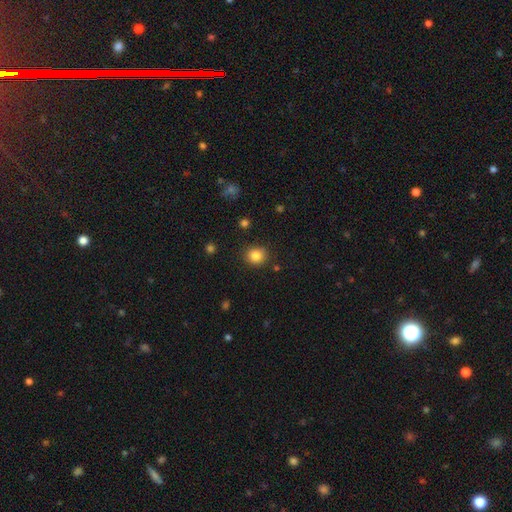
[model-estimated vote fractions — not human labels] Smooth or featured?
  - smooth: 84% *
  - star or artifact: 11%
  - featured or disk: 5%
How rounded?
  - round: 85% *
  - in between: 14%
  - cigar-shaped: 1%
Merging?
  - none: 88% *
  - minor disturbance: 8%
  - major disturbance: 2%
  - merger: 2%